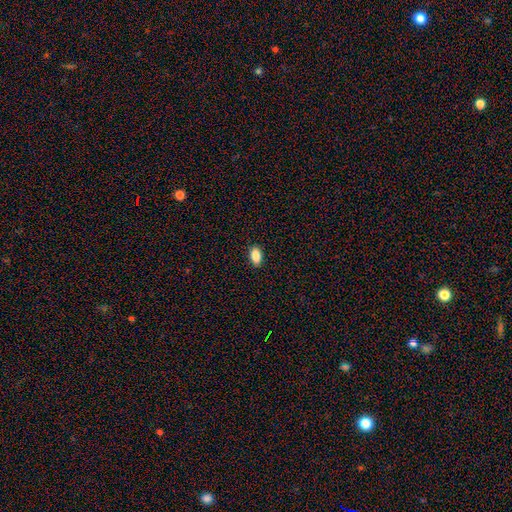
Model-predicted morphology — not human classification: Overall: smooth (87%). How rounded: in between (90%). Merging: none (88%).